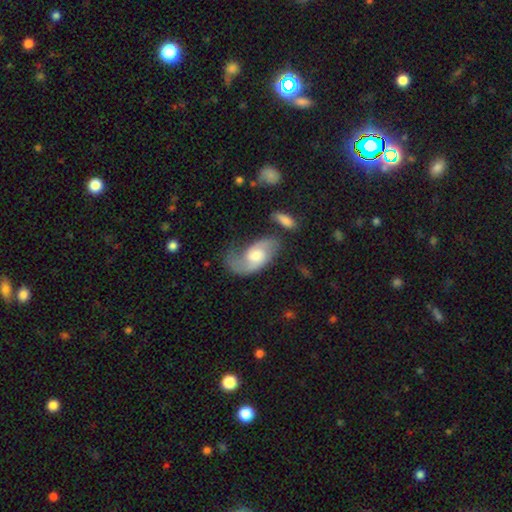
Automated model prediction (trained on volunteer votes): smooth-or-featured: featured or disk: 74% | smooth: 21% | star or artifact: 6%
  disk-edge-on: no: 96% | yes: 4%
    bar: no: 56% | weak: 37% | strong: 6%
    has-spiral-arms: yes: 92% | no: 8%
      spiral-winding: loose: 47% | medium: 41% | tight: 13%
      spiral-arm-count: 2: 79% | 1: 12% | can't tell: 6% | 3: 1% | 4: 1% | more than 4: 1%
    bulge-size: moderate: 53% | large: 27% | small: 14% | none: 4% | dominant: 2%
  merging: none: 49% | minor disturbance: 25% | major disturbance: 20% | merger: 6%